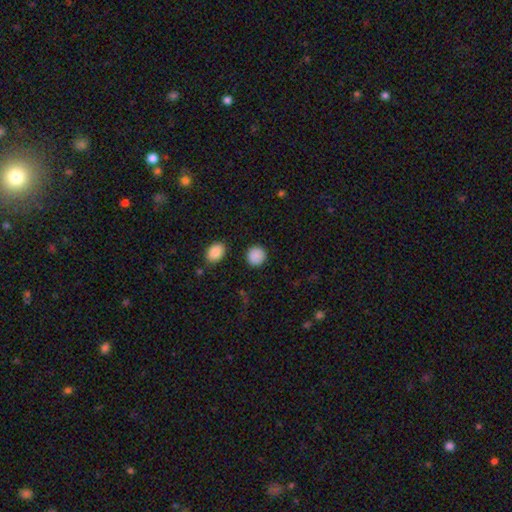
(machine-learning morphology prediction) Smooth or featured: smooth — 87% (star or artifact — 9%)
How rounded: round — 90% (in between — 9%)
Merging: none — 89% (minor disturbance — 6%)